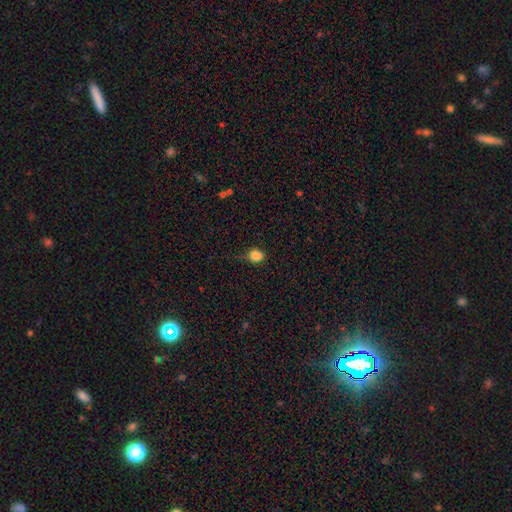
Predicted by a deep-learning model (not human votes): smooth-or-featured: smooth: 82% | star or artifact: 12% | featured or disk: 6%
  how-rounded: round: 66% | in between: 33% | cigar-shaped: 1%
  merging: none: 54% | minor disturbance: 33% | major disturbance: 10% | merger: 3%